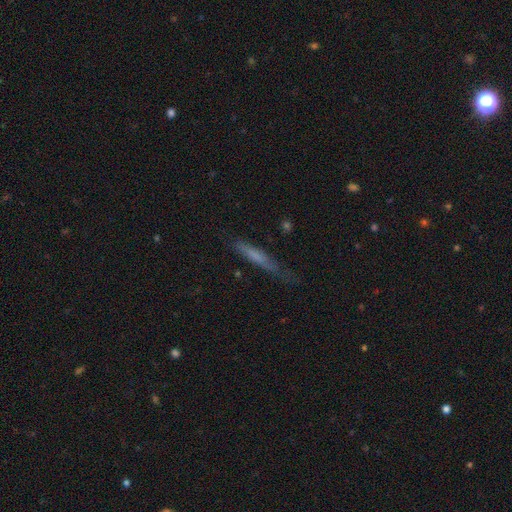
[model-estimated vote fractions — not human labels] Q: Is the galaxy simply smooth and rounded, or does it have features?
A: smooth — 57%.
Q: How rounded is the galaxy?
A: cigar-shaped — 92%.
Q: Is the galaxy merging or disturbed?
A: none — 62%.